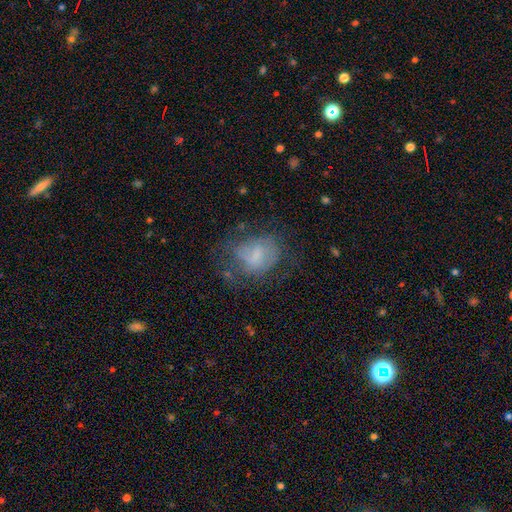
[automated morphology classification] Smooth or featured? smooth (51%)
How rounded? in between (50%)
Merging? none (51%)